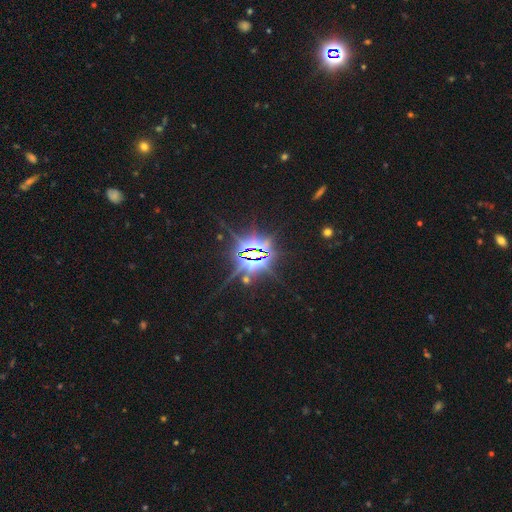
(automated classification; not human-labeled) The model was most divided on "smooth or featured": star or artifact: 86%, smooth: 8%, featured or disk: 6%.